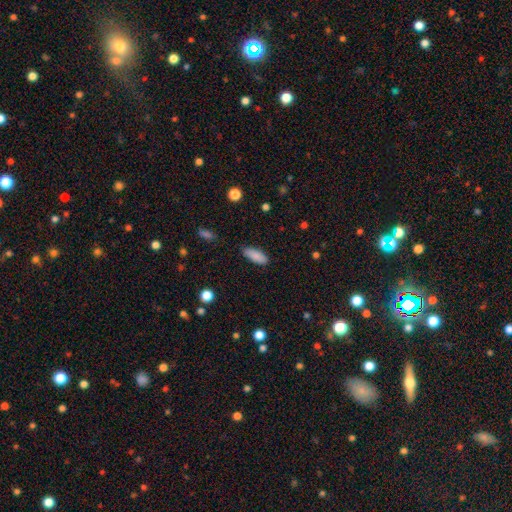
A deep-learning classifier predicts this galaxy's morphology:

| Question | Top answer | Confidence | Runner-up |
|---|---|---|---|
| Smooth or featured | smooth | 87% | star or artifact (7%) |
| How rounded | in between | 77% | cigar-shaped (21%) |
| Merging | none | 84% | minor disturbance (12%) |